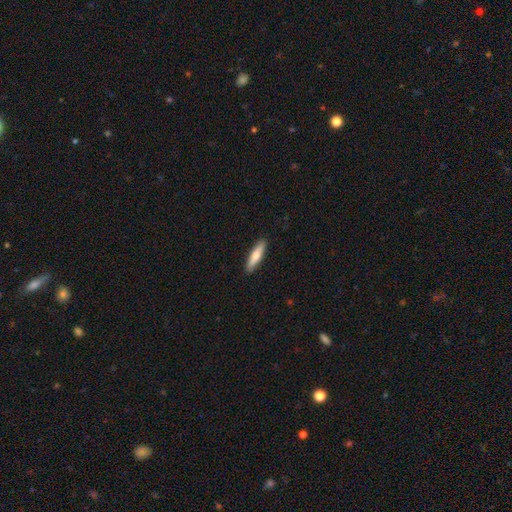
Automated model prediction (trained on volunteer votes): Smooth or featured? smooth (67%)
How rounded? cigar-shaped (79%)
Merging? none (90%)